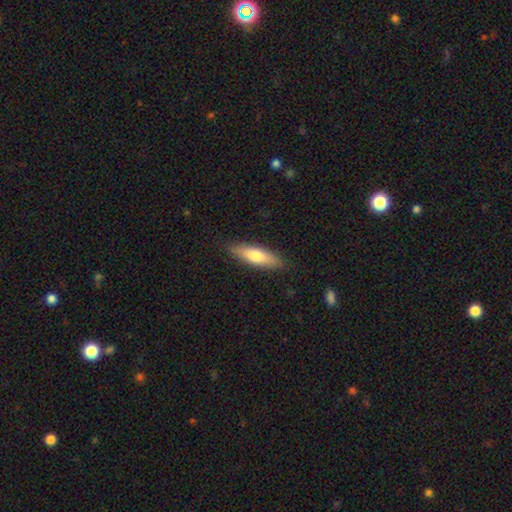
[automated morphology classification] Smooth or featured? smooth (70%)
How rounded? cigar-shaped (59%)
Merging? none (87%)